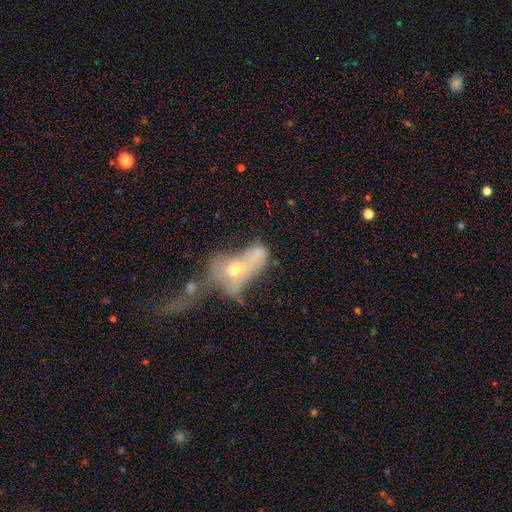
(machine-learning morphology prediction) The model was most divided on "smooth or featured": smooth: 48%, featured or disk: 39%, star or artifact: 13%. More confident: merging — merger (58%).